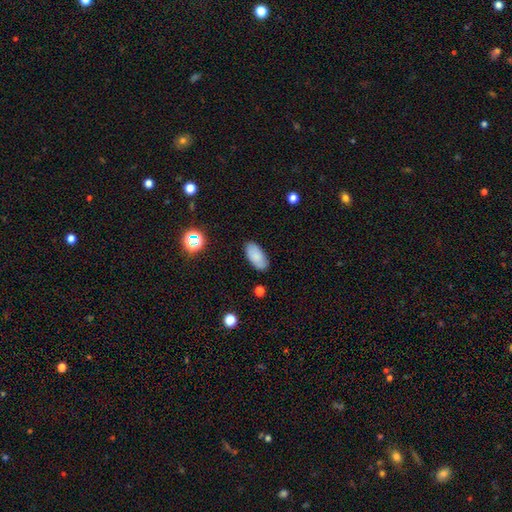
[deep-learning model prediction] Q: Smooth or featured?
A: smooth (85%); runner-up: featured or disk (8%)
Q: How rounded?
A: in between (93%); runner-up: cigar-shaped (4%)
Q: Merging?
A: none (86%); runner-up: minor disturbance (10%)